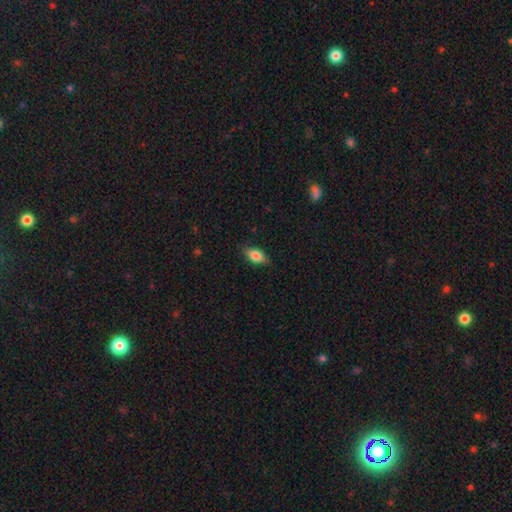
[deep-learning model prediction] The model was most divided on "smooth or featured": smooth: 77%, featured or disk: 16%, star or artifact: 7%. More confident: how rounded — in between (85%); merging — none (81%).